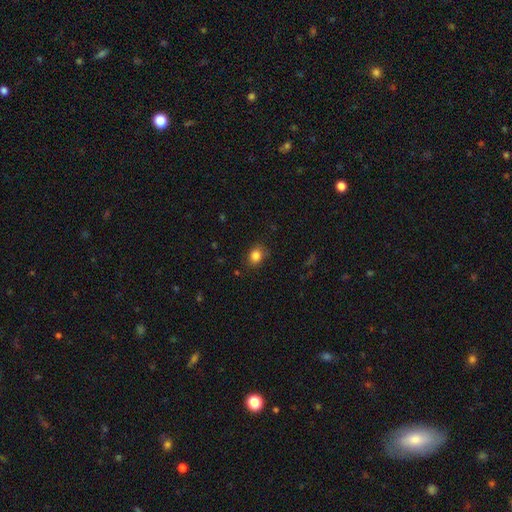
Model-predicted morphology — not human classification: smooth-or-featured: smooth: 84% | star or artifact: 11% | featured or disk: 5%
  how-rounded: round: 51% | in between: 48% | cigar-shaped: 1%
  merging: none: 81% | minor disturbance: 14% | major disturbance: 3% | merger: 1%